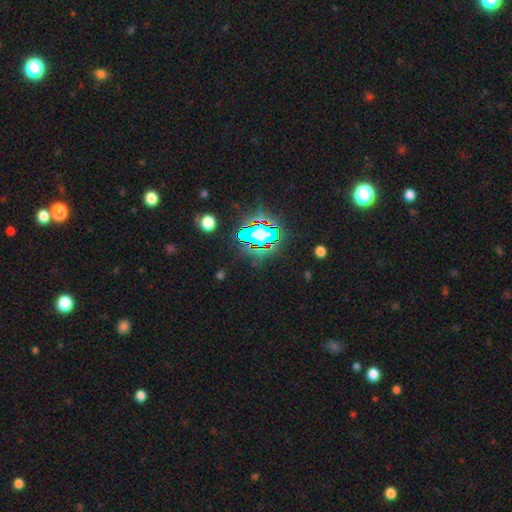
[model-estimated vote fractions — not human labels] Smooth or featured? Predicted: star or artifact (p=0.81).